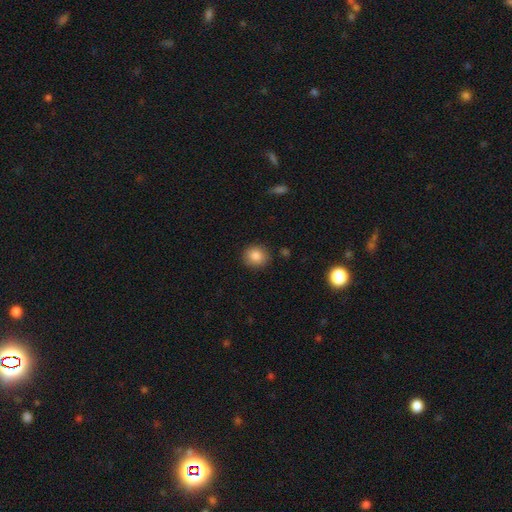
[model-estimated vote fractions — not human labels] Smooth or featured? smooth (85%)
How rounded? round (82%)
Merging? none (88%)